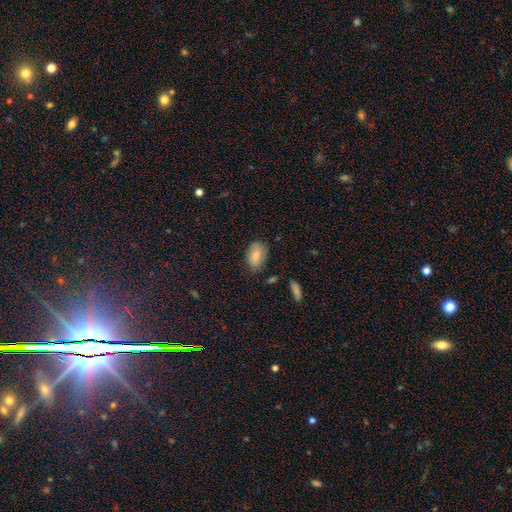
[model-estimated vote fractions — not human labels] A smooth galaxy with no disk features (83%) that is in between round and cigar-shaped (91%).

Vote fractions:
- Smooth or featured? smooth: 83% / featured or disk: 10% / star or artifact: 7%
- How rounded? in between: 91% / round: 7% / cigar-shaped: 2%
- Merging? none: 71% / minor disturbance: 21% / major disturbance: 5% / merger: 3%